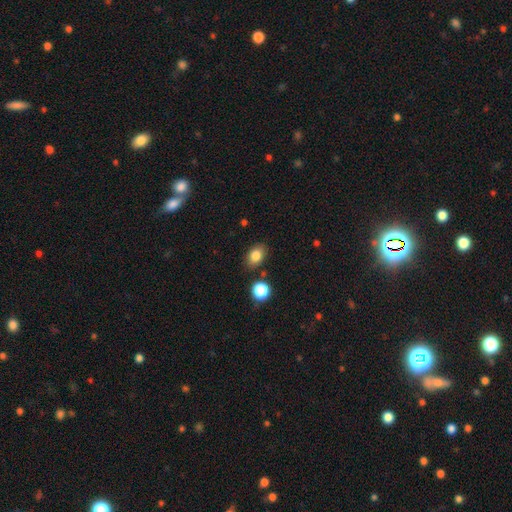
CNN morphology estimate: A smooth galaxy with no disk features (83%) that is in between round and cigar-shaped (79%). Merging: none (81%).